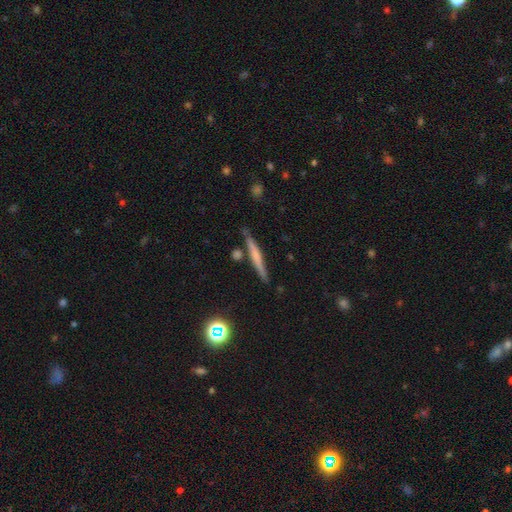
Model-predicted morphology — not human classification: Smooth or featured?
  - featured or disk: 47% *
  - smooth: 46%
  - star or artifact: 8%
Merging?
  - none: 83% *
  - minor disturbance: 11%
  - merger: 4%
  - major disturbance: 2%